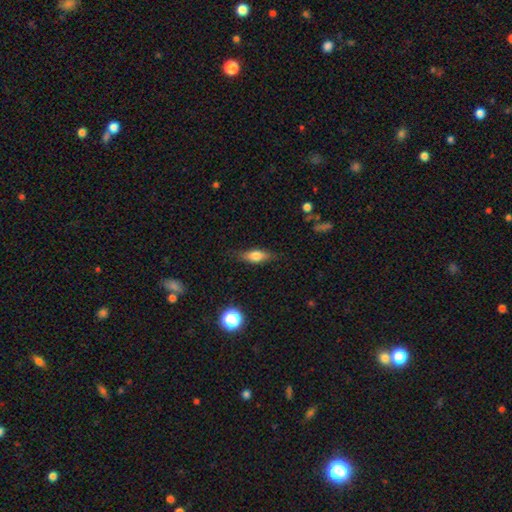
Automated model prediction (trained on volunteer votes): Q: Smooth or featured?
A: smooth (67%); runner-up: featured or disk (24%)
Q: How rounded?
A: in between (64%); runner-up: cigar-shaped (31%)
Q: Merging?
A: none (79%); runner-up: minor disturbance (16%)